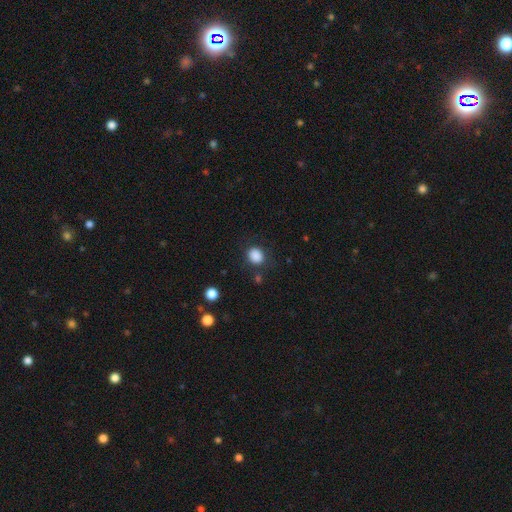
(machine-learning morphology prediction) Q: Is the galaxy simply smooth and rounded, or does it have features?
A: smooth — 86%.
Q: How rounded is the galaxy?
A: round — 70%.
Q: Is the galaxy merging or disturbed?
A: none — 81%.